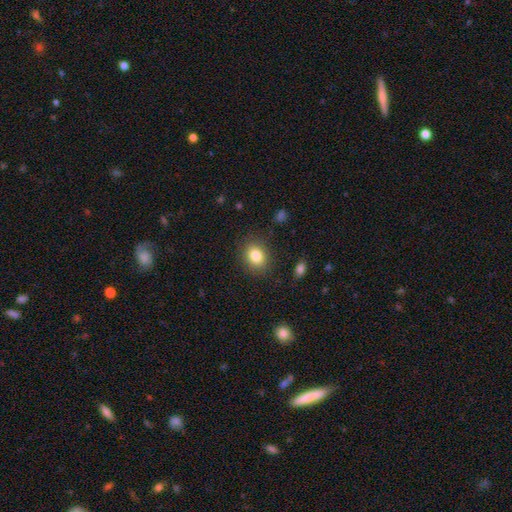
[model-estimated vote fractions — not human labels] Q: Smooth or featured?
A: smooth (83%); runner-up: star or artifact (10%)
Q: How rounded?
A: in between (50%); runner-up: round (49%)
Q: Merging?
A: none (85%); runner-up: minor disturbance (11%)